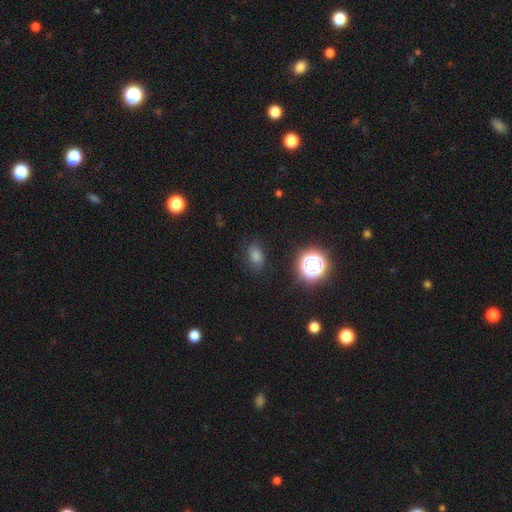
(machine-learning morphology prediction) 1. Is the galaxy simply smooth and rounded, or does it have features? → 67% smooth, 24% star or artifact, 9% featured or disk.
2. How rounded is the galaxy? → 73% in between, 25% round, 2% cigar-shaped.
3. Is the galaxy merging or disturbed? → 81% none, 14% minor disturbance, 4% major disturbance, 2% merger.